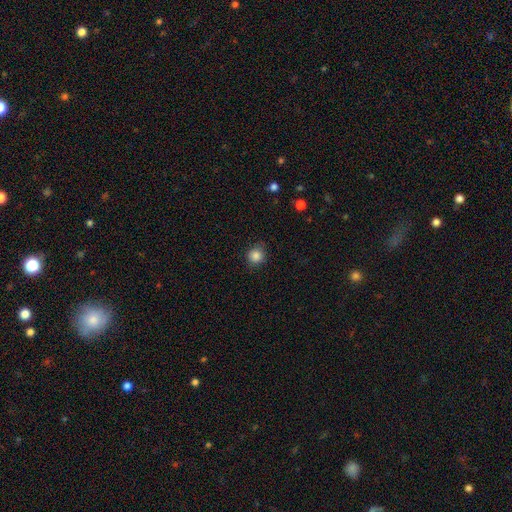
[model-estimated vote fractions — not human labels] Overall: smooth (86%). How rounded: round (90%). Merging: none (85%).